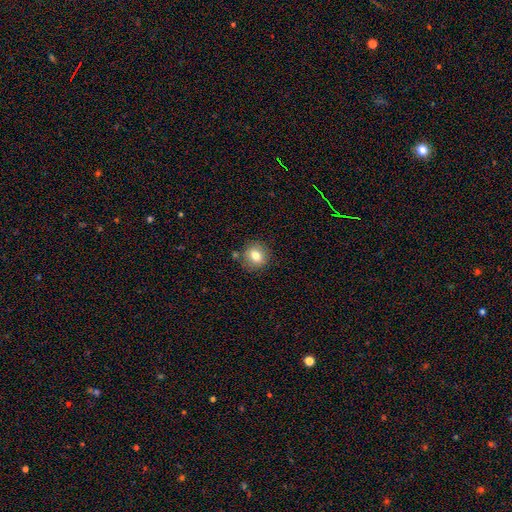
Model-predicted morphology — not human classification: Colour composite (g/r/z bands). It shows a smooth galaxy with no disk features (79%) that is round (87%). Merging: none (83%).